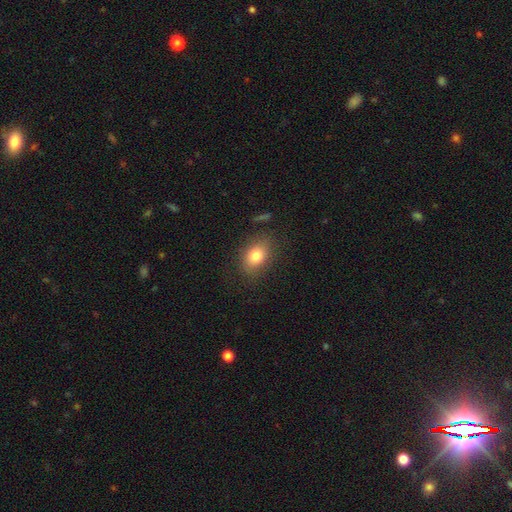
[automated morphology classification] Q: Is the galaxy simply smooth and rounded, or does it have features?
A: smooth — 79%.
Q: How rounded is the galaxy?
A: in between — 70%.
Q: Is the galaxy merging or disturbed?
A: none — 81%.